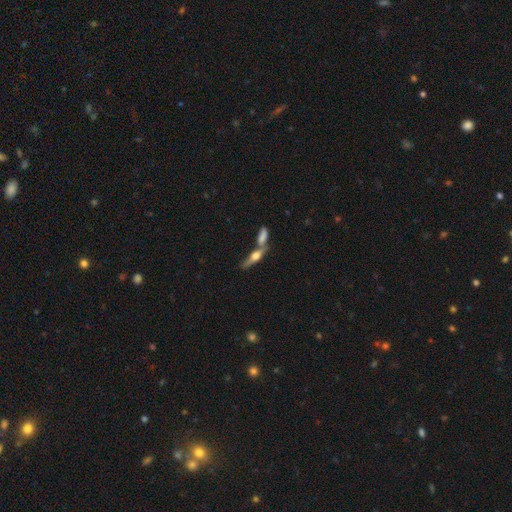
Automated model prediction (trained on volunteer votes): Smooth or featured?
  - featured or disk: 59% *
  - smooth: 33%
  - star or artifact: 8%
Edge-on disk?
  - yes: 90% *
  - no: 10%
Edge-on bulge?
  - rounded: 92% *
  - boxy: 5%
  - none: 3%
Merging?
  - none: 47% *
  - merger: 38%
  - minor disturbance: 10%
  - major disturbance: 4%